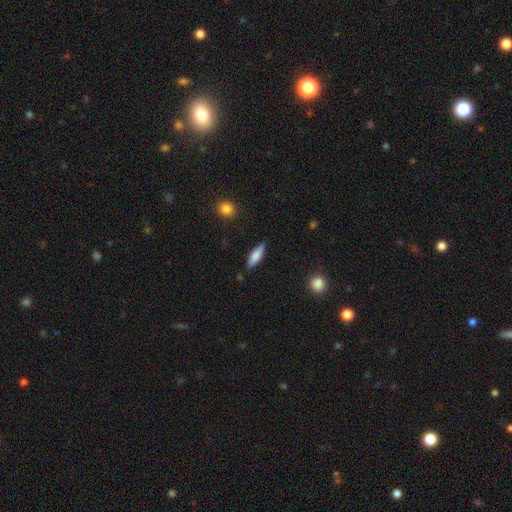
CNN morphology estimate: A smooth galaxy with no disk features (76%) that is cigar-shaped (54%). Merging: none (84%).